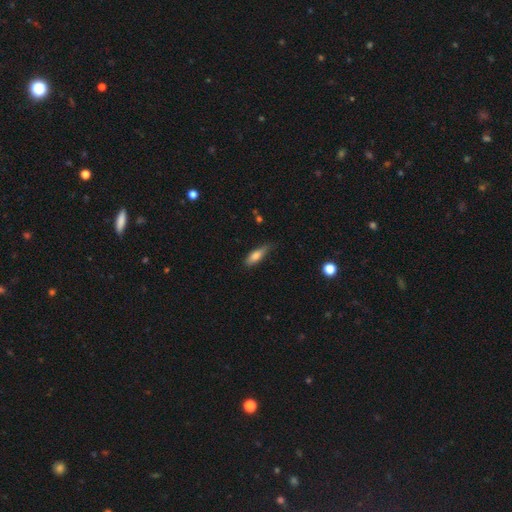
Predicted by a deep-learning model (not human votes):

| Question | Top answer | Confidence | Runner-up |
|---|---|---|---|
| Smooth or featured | smooth | 76% | featured or disk (17%) |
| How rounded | in between | 55% | cigar-shaped (42%) |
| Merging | none | 60% | minor disturbance (32%) |